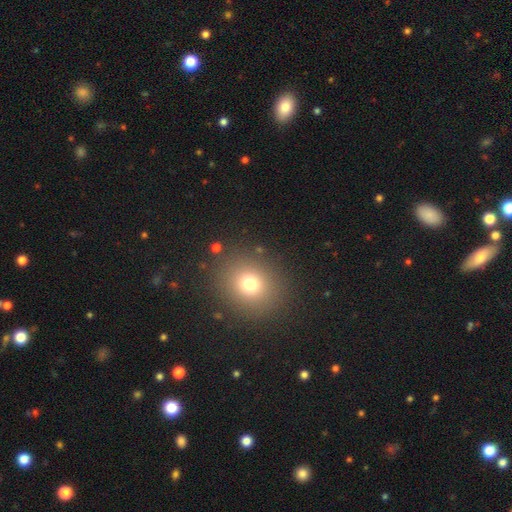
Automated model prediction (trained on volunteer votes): A smooth galaxy with no disk features (65%) that is round (80%). Merging: none (90%).